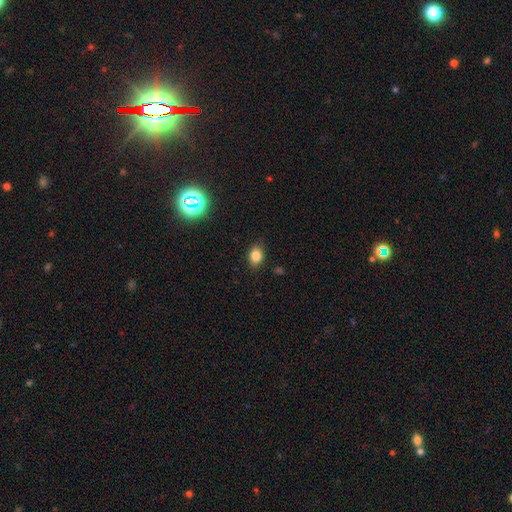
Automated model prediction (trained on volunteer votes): smooth 82%, star or artifact 12%, featured or disk 6%. Down the decision tree: how rounded — in between (66%); merging — none (83%).